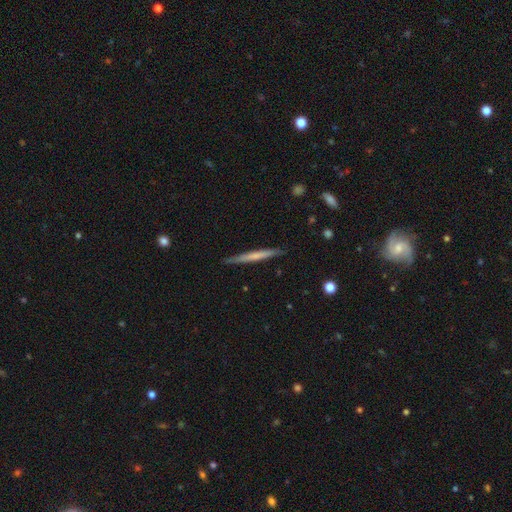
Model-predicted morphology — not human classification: Overall: smooth (53%; featured or disk 42%). How rounded: cigar-shaped (97%). Merging: none (89%).